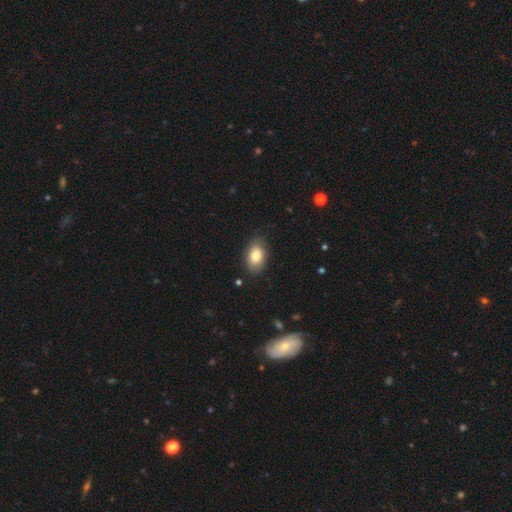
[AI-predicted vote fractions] A smooth galaxy with no disk features (83%) that is in between round and cigar-shaped (91%).

Vote fractions:
- Smooth or featured? smooth: 83% / featured or disk: 10% / star or artifact: 7%
- How rounded? in between: 91% / round: 8% / cigar-shaped: 2%
- Merging? none: 81% / minor disturbance: 15% / major disturbance: 3% / merger: 1%